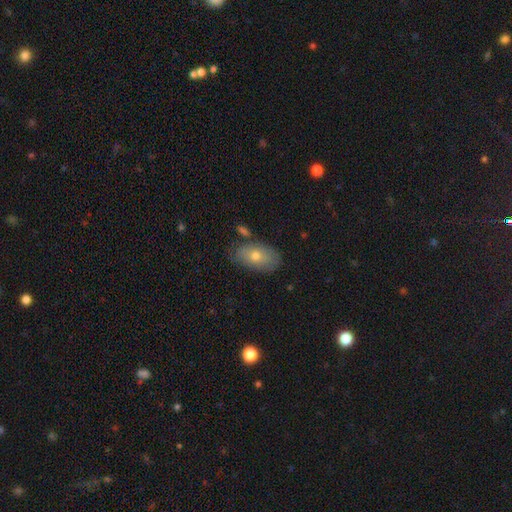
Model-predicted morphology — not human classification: Smooth or featured: smooth — 68% (featured or disk — 25%)
How rounded: in between — 91% (round — 6%)
Merging: none — 72% (minor disturbance — 18%)